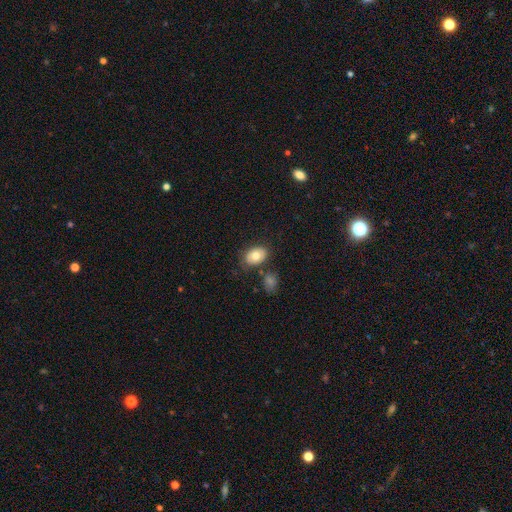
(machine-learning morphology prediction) The model was most divided on "merging": none: 75%, minor disturbance: 13%, merger: 8%, major disturbance: 4%. More confident: how rounded — in between (81%); smooth or featured — smooth (78%).